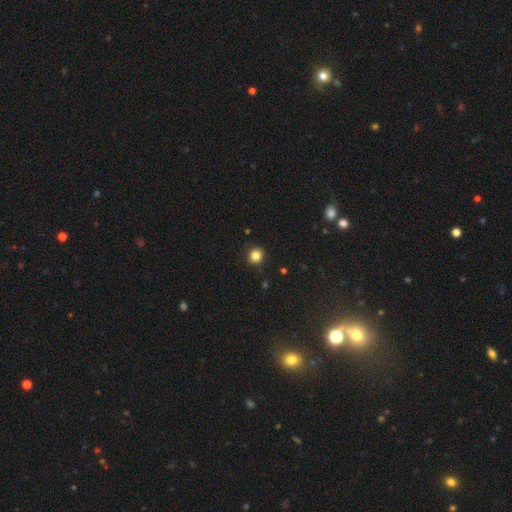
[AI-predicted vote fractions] This appears to be a smooth galaxy with no disk features (84%) that is round (93%). Merging: none (92%).